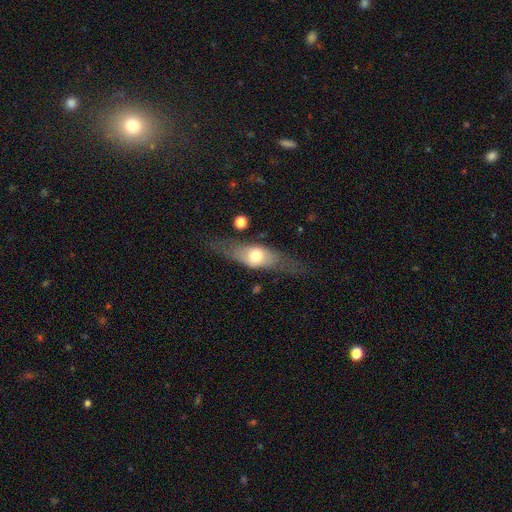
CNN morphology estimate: A featured or disk galaxy (49%).

Vote fractions:
- Smooth or featured? featured or disk: 49% / smooth: 45% / star or artifact: 6%
- Merging? none: 66% / minor disturbance: 19% / major disturbance: 12% / merger: 3%